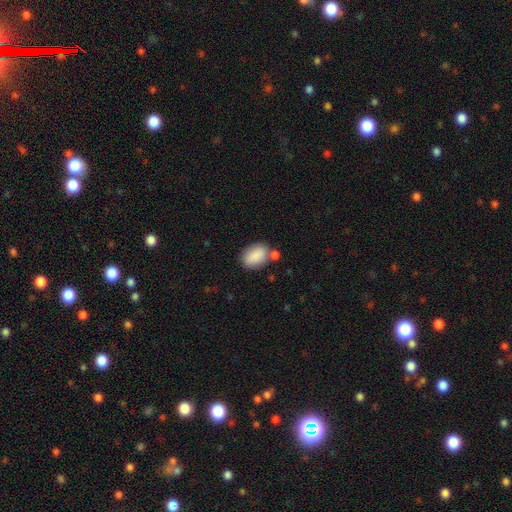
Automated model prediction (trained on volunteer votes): Q: Smooth or featured?
A: smooth (87%); runner-up: star or artifact (7%)
Q: How rounded?
A: in between (87%); runner-up: round (12%)
Q: Merging?
A: none (64%); runner-up: merger (17%)